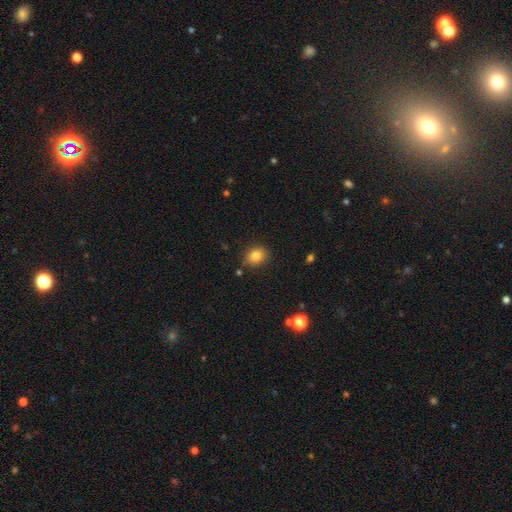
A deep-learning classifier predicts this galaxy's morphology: A smooth galaxy with no disk features (83%) that is round (57%).

Vote fractions:
- Smooth or featured? smooth: 83% / star or artifact: 11% / featured or disk: 6%
- How rounded? round: 57% / in between: 42% / cigar-shaped: 1%
- Merging? none: 85% / minor disturbance: 10% / major disturbance: 3% / merger: 2%